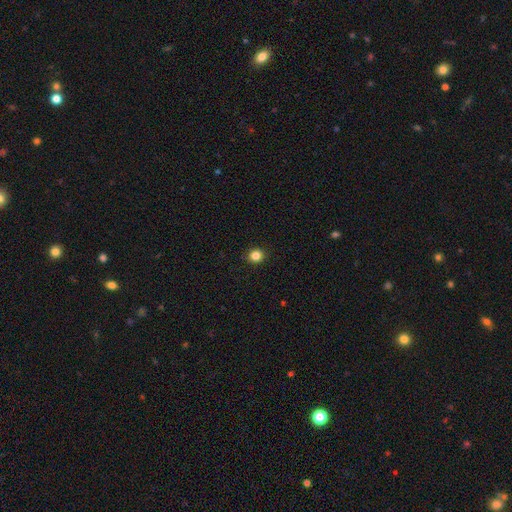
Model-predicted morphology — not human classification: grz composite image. It shows a smooth galaxy with no disk features (83%) that is round (88%). Merging: none (93%).